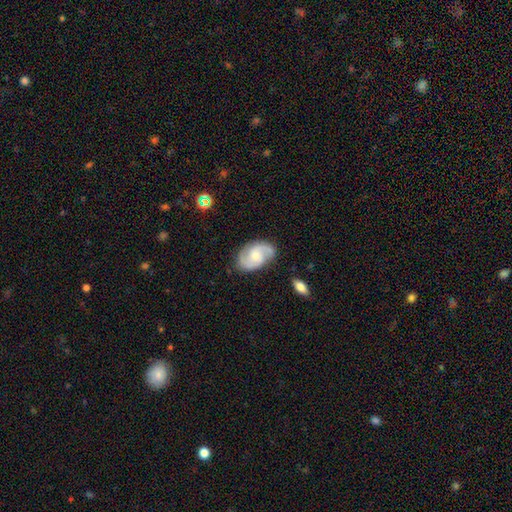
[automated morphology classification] type=featured or disk (82%); edge-on=no (97%); bar=no (56%); spiral arms=yes (97%); winding=medium (53%); arm count=2 (89%); bulge=small (49%); merging=none (77%).